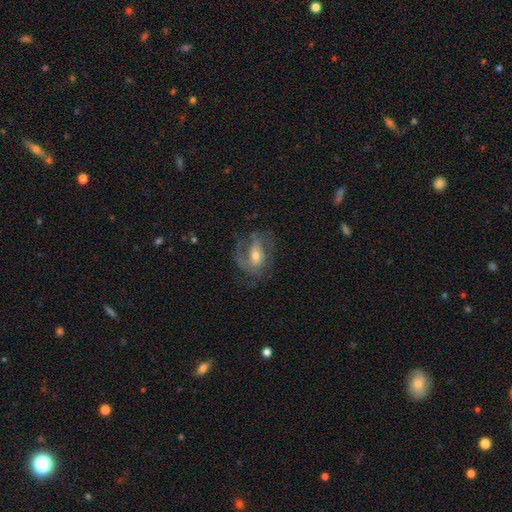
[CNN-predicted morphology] This is likely a featured or disk galaxy (74%). It is clearly not viewed edge-on (96%). Bar: marginally weak (42%). Spiral arm pattern: clearly yes (84%). Spiral arm count: marginally 2 (45%). Spiral winding: marginally medium (45%). Central bulge: possibly moderate (56%). Merging: possibly none (57%).